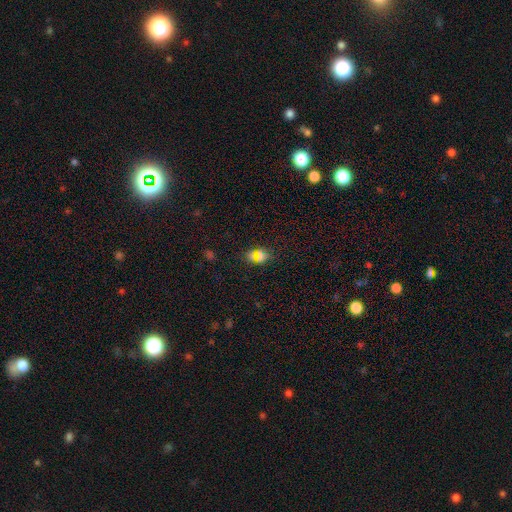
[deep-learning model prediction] Overall: smooth (55%; star or artifact 34%). How rounded: in between (49%; round 46%). Merging: none (73%).